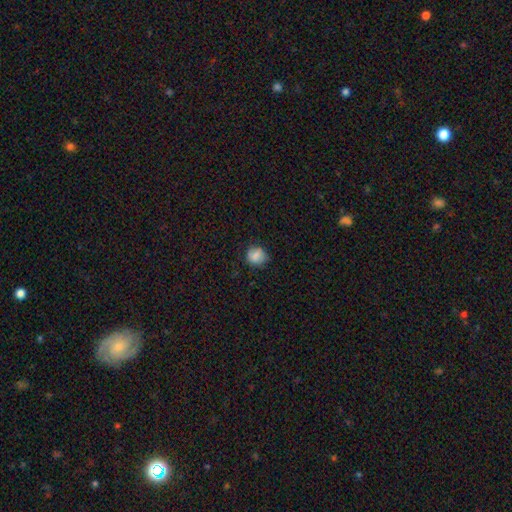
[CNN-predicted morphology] Q: Smooth or featured?
A: smooth (82%); runner-up: star or artifact (9%)
Q: How rounded?
A: round (81%); runner-up: in between (18%)
Q: Merging?
A: none (77%); runner-up: minor disturbance (18%)